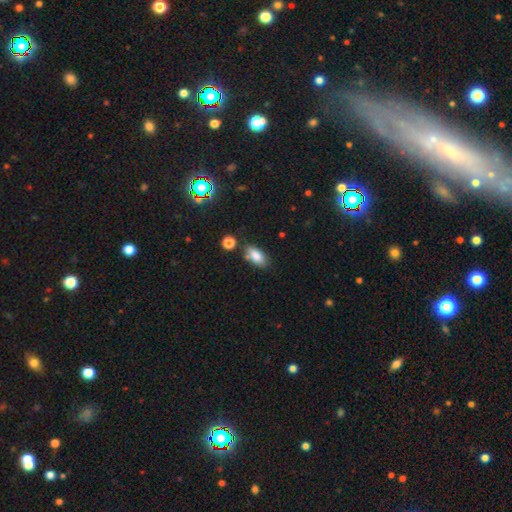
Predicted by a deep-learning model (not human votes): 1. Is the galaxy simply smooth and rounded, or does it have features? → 84% smooth, 9% star or artifact, 7% featured or disk.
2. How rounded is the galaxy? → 90% in between, 6% cigar-shaped, 4% round.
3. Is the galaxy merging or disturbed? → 72% none, 16% minor disturbance, 8% merger, 4% major disturbance.